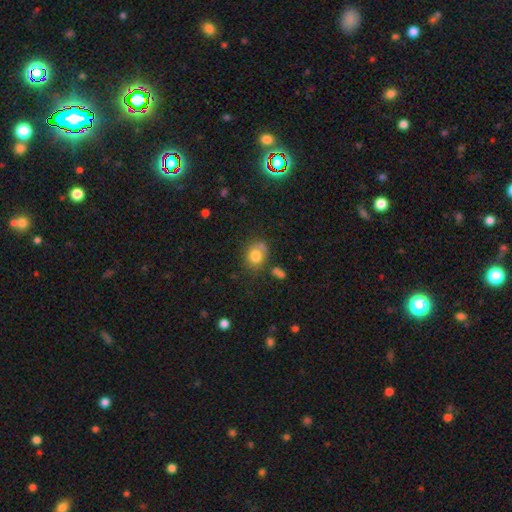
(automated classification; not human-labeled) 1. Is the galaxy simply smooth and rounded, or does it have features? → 77% smooth, 12% featured or disk, 11% star or artifact.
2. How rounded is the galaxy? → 60% round, 39% in between, 1% cigar-shaped.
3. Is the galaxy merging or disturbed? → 58% none, 21% minor disturbance, 12% merger, 8% major disturbance.